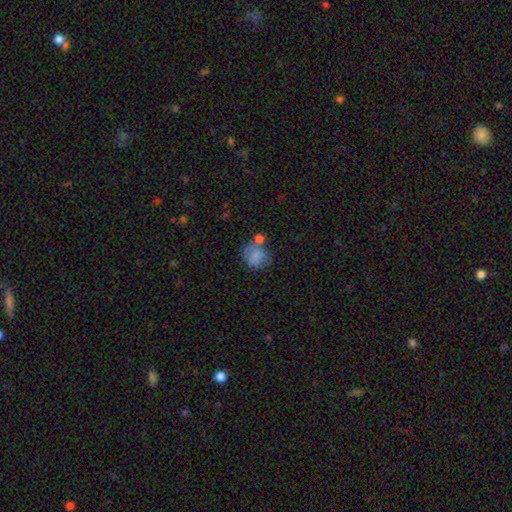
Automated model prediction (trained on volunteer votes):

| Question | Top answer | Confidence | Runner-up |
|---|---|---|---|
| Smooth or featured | smooth | 74% | featured or disk (16%) |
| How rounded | round | 71% | in between (28%) |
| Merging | none | 44% | merger (23%) |